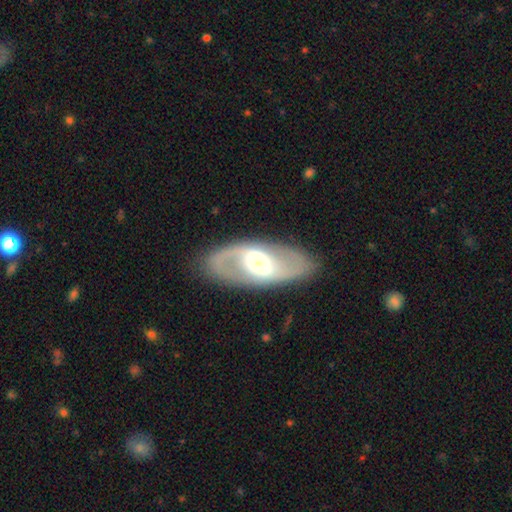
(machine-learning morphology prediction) A featured or disk galaxy (75%) with no bar (43%), 2 (85%) medium (46%) spiral arms (78%) and a moderate central bulge (56%).

Vote fractions:
- Smooth or featured? featured or disk: 75% / smooth: 19% / star or artifact: 6%
- Edge-on disk? no: 91% / yes: 9%
- Bar? no: 43% / weak: 36% / strong: 20%
- Spiral arms? yes: 78% / no: 22%
- Spiral winding? medium: 46% / loose: 30% / tight: 24%
- Spiral arm count? 2: 85% / can't tell: 9% / 1: 3% / 3: 1% / 4: 1% / more than 4: 1%
- Bulge size? moderate: 56% / large: 22% / small: 18% / dominant: 3% / none: 2%
- Merging? none: 83% / minor disturbance: 10% / major disturbance: 5% / merger: 1%